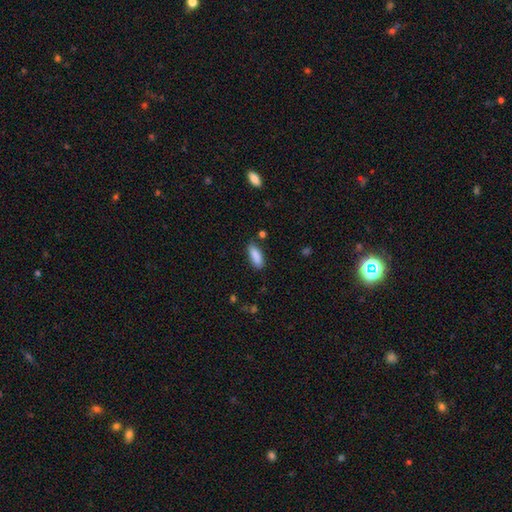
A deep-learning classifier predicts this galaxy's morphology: smooth 88%, star or artifact 7%, featured or disk 5%. Down the decision tree: how rounded — in between (72%); merging — none (78%).